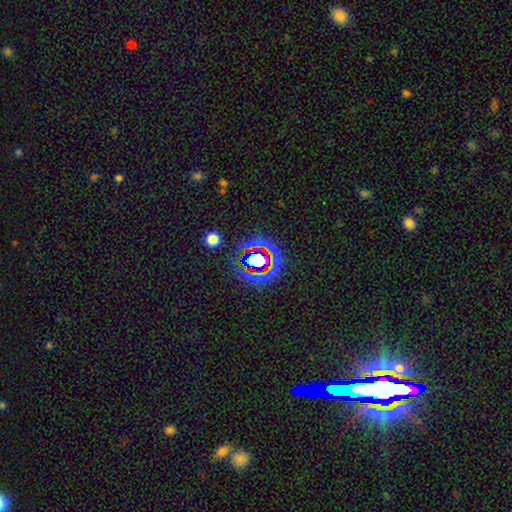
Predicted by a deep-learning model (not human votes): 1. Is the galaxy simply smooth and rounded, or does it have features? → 64% star or artifact, 23% smooth, 13% featured or disk.